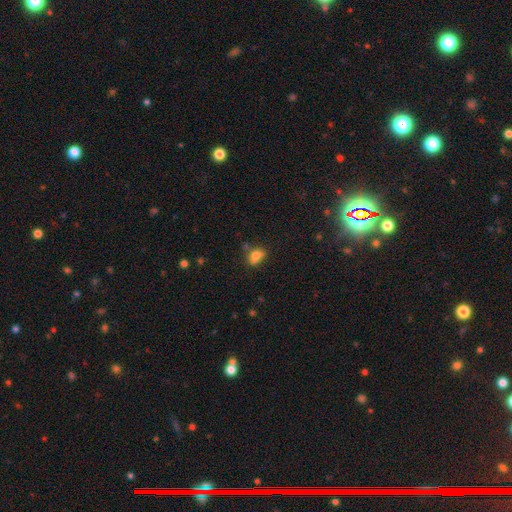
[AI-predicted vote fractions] smooth-or-featured: smooth: 74% | featured or disk: 14% | star or artifact: 12%
  how-rounded: in between: 71% | round: 26% | cigar-shaped: 3%
  merging: none: 48% | minor disturbance: 26% | merger: 16% | major disturbance: 9%